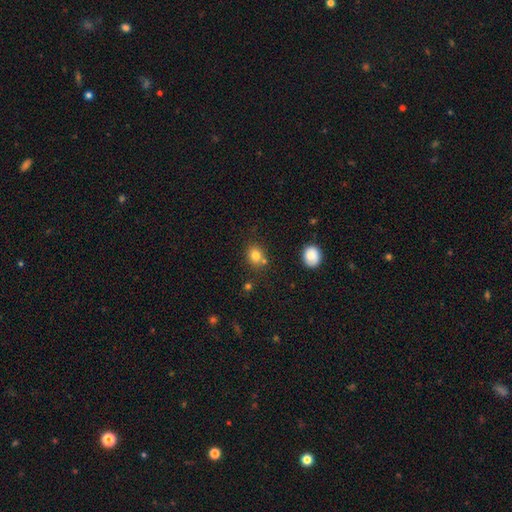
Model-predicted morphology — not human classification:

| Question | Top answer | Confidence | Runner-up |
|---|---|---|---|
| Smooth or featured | smooth | 79% | star or artifact (13%) |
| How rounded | round | 68% | in between (31%) |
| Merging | none | 71% | merger (13%) |